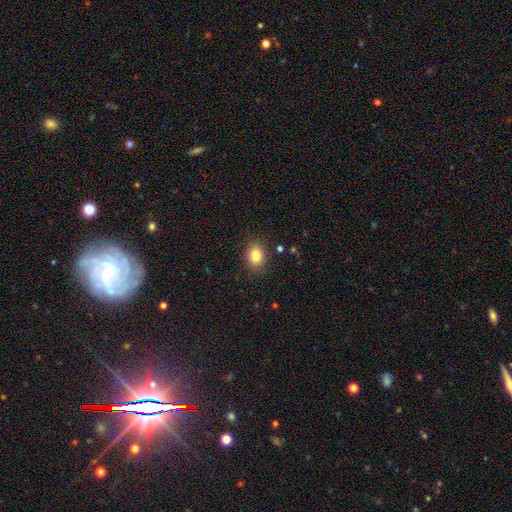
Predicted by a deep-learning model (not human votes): This appears to be a smooth galaxy with no disk features (83%) that is in between round and cigar-shaped (62%). Merging: none (86%).